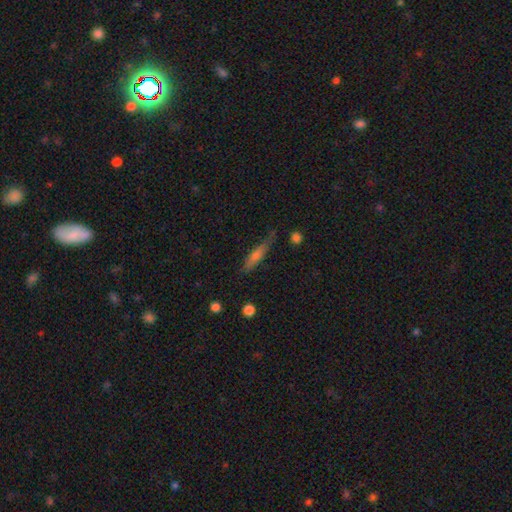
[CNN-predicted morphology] This is possibly a smooth galaxy (55%). How rounded: clearly cigar-shaped (85%). Merging: likely none (72%).